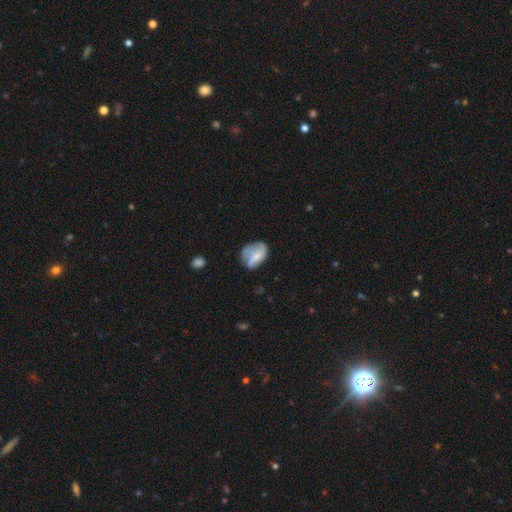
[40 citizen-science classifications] smooth_or_featured: smooth (p=0.53) [alt: featured or disk p=0.47]
how_rounded: in between (p=0.86) [alt: round p=0.14]
merging: none (p=0.35) [alt: minor disturbance p=0.33]